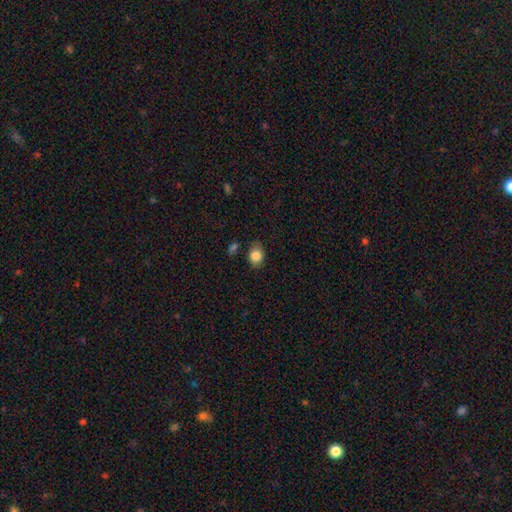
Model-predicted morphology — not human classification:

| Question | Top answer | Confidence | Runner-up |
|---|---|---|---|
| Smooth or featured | smooth | 84% | star or artifact (9%) |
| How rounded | in between | 58% | round (40%) |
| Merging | none | 75% | minor disturbance (18%) |